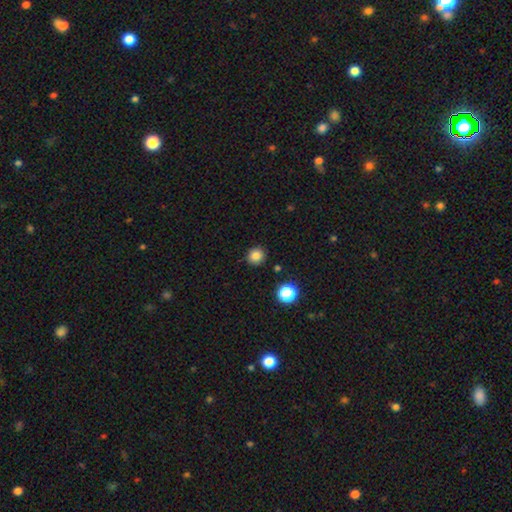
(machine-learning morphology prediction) This is clearly a smooth galaxy (83%). How rounded: clearly round (91%). Merging: clearly none (90%).